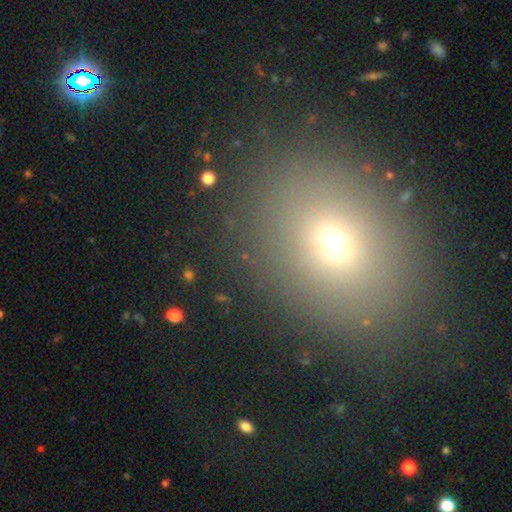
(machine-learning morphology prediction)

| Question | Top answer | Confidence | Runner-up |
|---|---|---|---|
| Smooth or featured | smooth | 62% | star or artifact (26%) |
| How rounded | round | 52% | in between (46%) |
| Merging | none | 85% | minor disturbance (9%) |